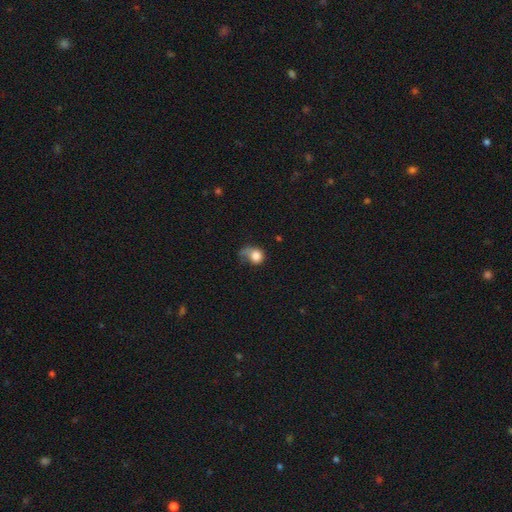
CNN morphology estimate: smooth_or_featured: smooth (p=0.74) [alt: featured or disk p=0.17]
how_rounded: round (p=0.70) [alt: in between p=0.28]
merging: major disturbance (p=0.43) [alt: none p=0.27]